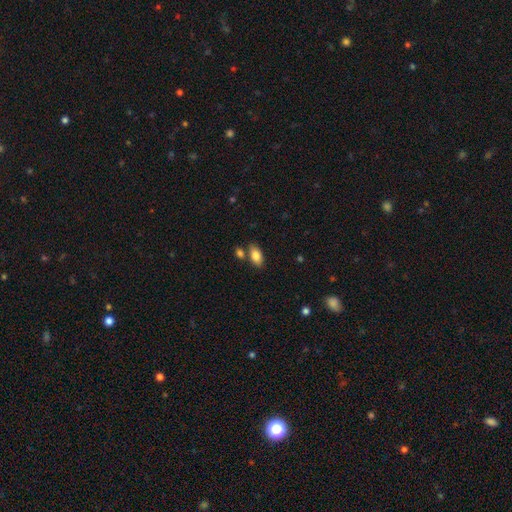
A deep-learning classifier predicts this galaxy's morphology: A smooth galaxy with no disk features (84%) that is in between round and cigar-shaped (92%).

Vote fractions:
- Smooth or featured? smooth: 84% / featured or disk: 9% / star or artifact: 7%
- How rounded? in between: 92% / round: 5% / cigar-shaped: 3%
- Merging? none: 71% / merger: 13% / minor disturbance: 12% / major disturbance: 3%